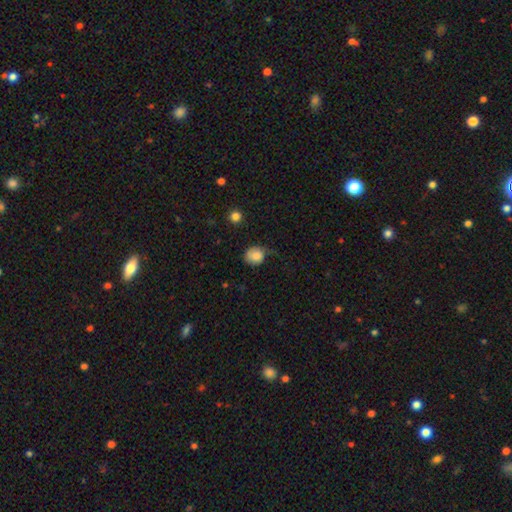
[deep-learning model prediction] smooth 81%, featured or disk 11%, star or artifact 8%. Down the decision tree: how rounded — round (70%); merging — none (48%).